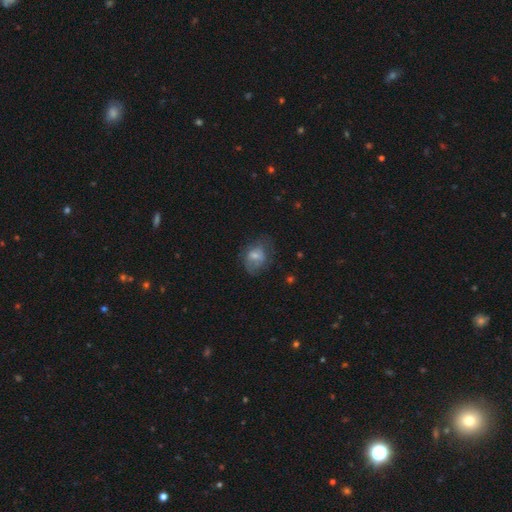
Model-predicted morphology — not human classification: Q: Smooth or featured?
A: smooth (56%); runner-up: featured or disk (35%)
Q: How rounded?
A: in between (57%); runner-up: round (42%)
Q: Merging?
A: none (44%); runner-up: minor disturbance (27%)